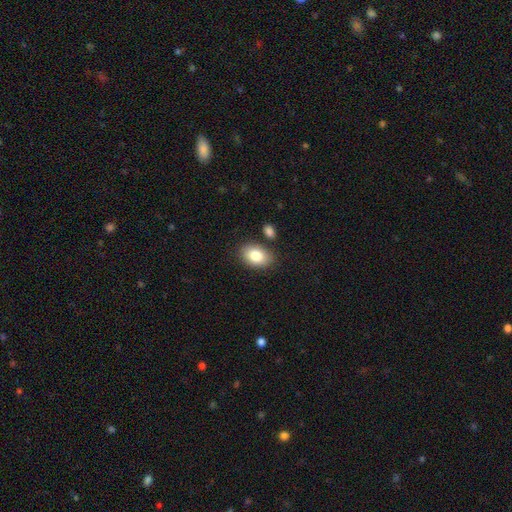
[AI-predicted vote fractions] A smooth galaxy with no disk features (83%) that is in between round and cigar-shaped (86%). Merging: none (78%).